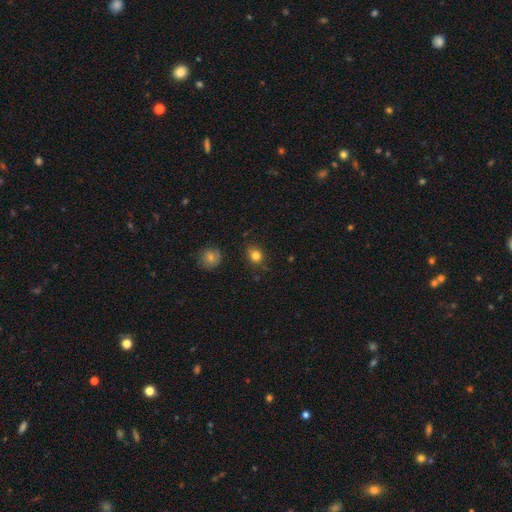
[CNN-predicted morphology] This is clearly a smooth galaxy (81%). How rounded: likely round (64%). Merging: likely none (78%).